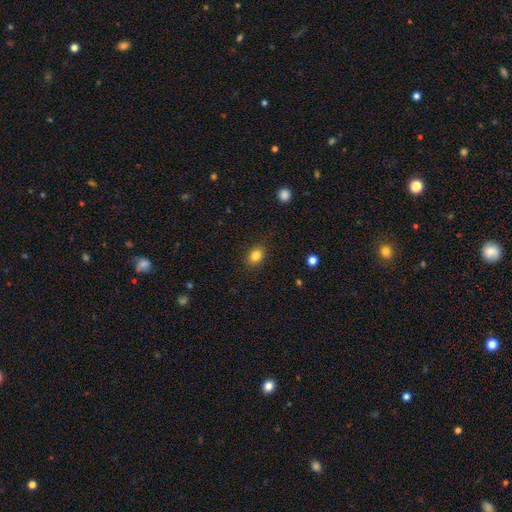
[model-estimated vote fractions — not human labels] This is clearly a smooth galaxy (83%). How rounded: possibly in between (53%). Merging: clearly none (87%).